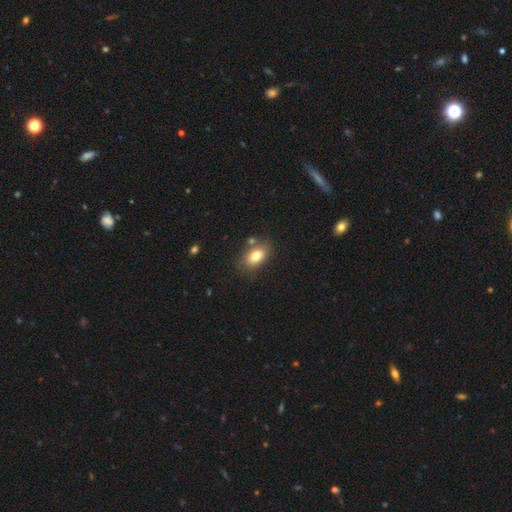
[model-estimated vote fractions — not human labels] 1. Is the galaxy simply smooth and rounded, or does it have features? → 78% smooth, 12% featured or disk, 9% star or artifact.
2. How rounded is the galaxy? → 84% in between, 14% round, 2% cigar-shaped.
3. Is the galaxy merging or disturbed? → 73% none, 14% minor disturbance, 10% merger, 4% major disturbance.